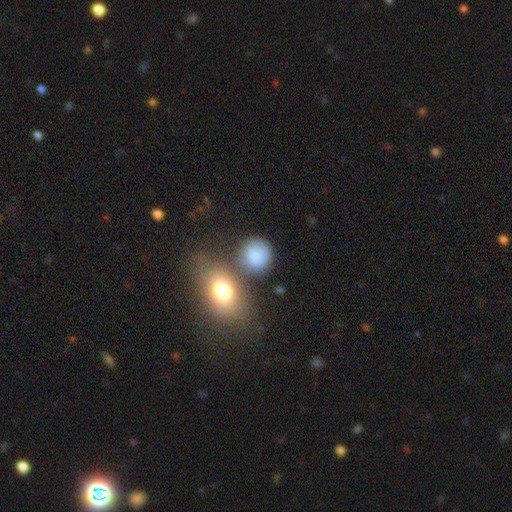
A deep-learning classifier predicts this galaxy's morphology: smooth_or_featured: smooth (p=0.82) [alt: featured or disk p=0.09]
how_rounded: round (p=0.80) [alt: in between p=0.18]
merging: none (p=0.57) [alt: minor disturbance p=0.18]